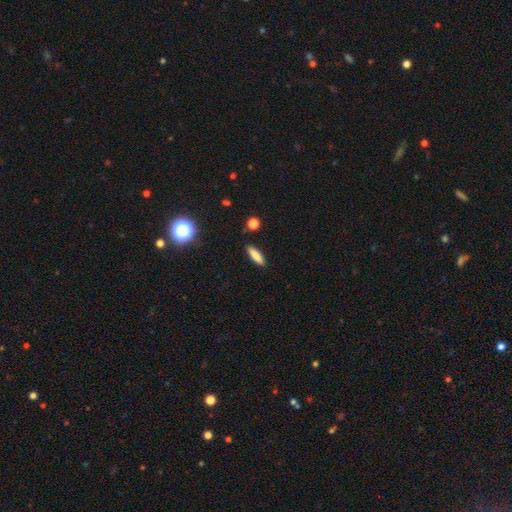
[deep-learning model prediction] smooth 82%, featured or disk 10%, star or artifact 8%. Down the decision tree: how rounded — cigar-shaped (67%); merging — none (88%).